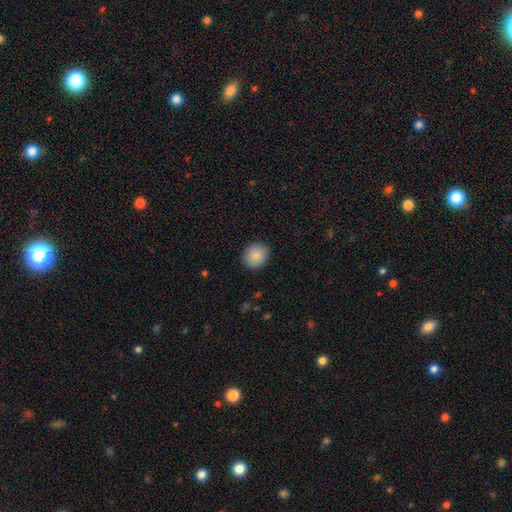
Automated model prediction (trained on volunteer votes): smooth-or-featured: smooth: 88% | star or artifact: 8% | featured or disk: 4%
  how-rounded: round: 82% | in between: 17% | cigar-shaped: 1%
  merging: none: 88% | minor disturbance: 9% | major disturbance: 2% | merger: 1%